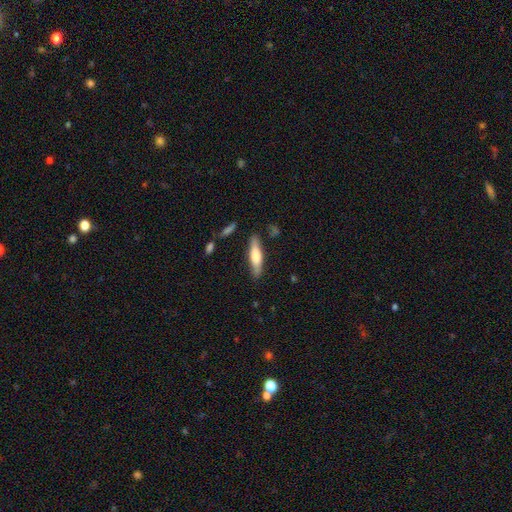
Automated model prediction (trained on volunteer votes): Smooth or featured? Predicted: smooth (p=0.54). How rounded? Predicted: cigar-shaped (p=0.75). Merging? Predicted: none (p=0.83).